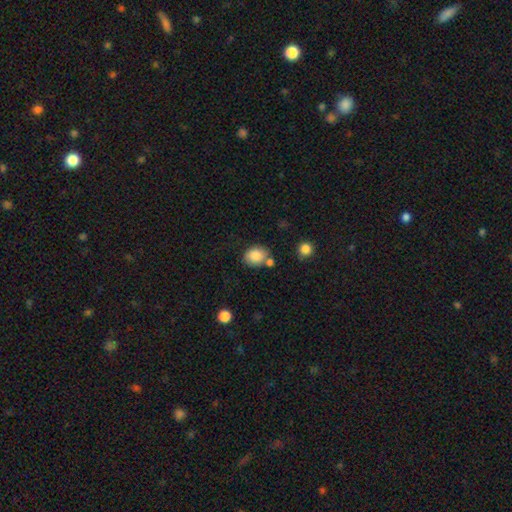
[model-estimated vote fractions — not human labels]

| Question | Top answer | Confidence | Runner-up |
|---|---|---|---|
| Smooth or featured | smooth | 84% | star or artifact (8%) |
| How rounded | in between | 50% | round (49%) |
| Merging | none | 61% | minor disturbance (18%) |